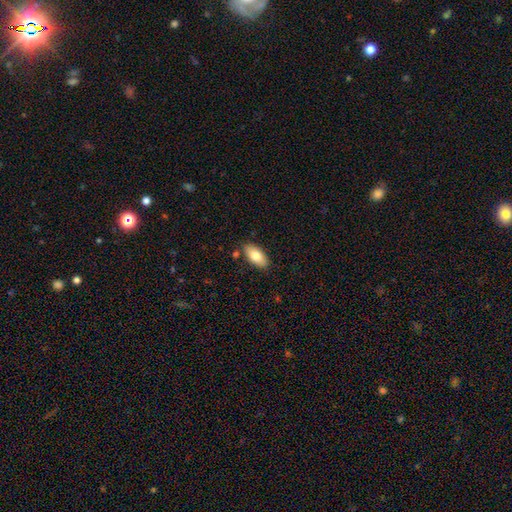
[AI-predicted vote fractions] Smooth or featured? smooth (77%)
How rounded? in between (93%)
Merging? none (85%)